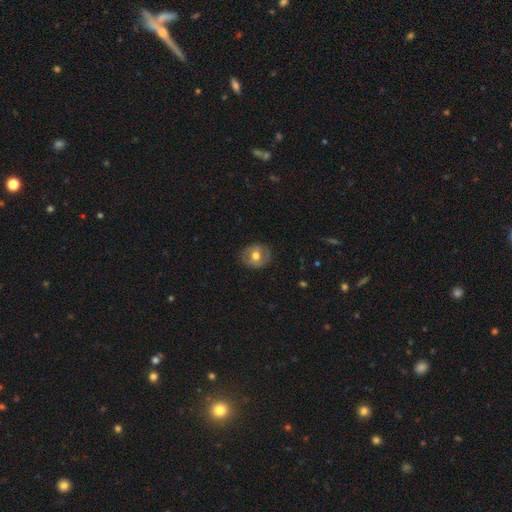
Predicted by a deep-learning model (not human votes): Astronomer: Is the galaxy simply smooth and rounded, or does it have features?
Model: smooth — 55% (runner-up: featured or disk, 36%).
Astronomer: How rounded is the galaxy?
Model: round — 74%.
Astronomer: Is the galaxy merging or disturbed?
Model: none — 82%.